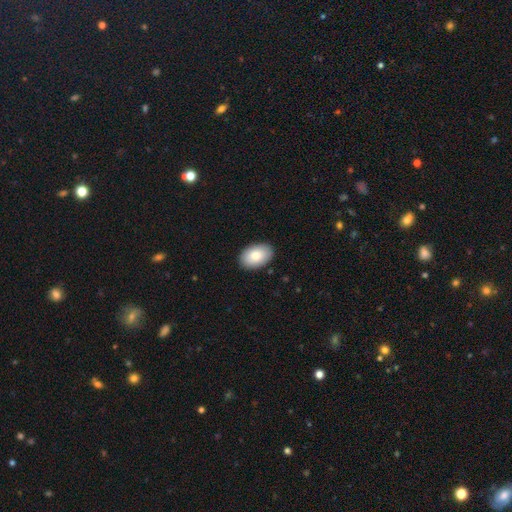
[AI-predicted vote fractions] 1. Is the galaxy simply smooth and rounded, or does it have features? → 84% smooth, 10% featured or disk, 6% star or artifact.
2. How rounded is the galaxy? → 91% in between, 8% round, 1% cigar-shaped.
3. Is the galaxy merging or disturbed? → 89% none, 9% minor disturbance, 2% major disturbance, 1% merger.